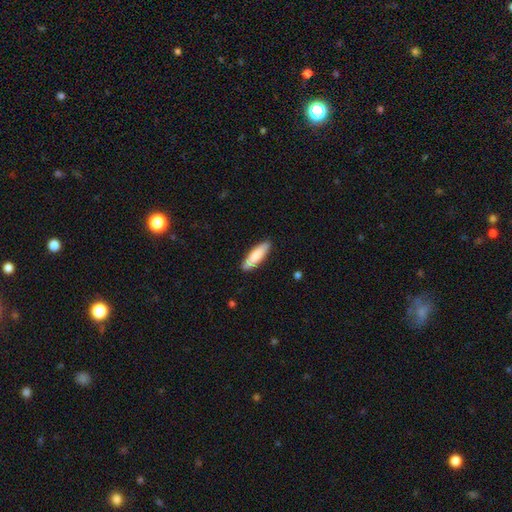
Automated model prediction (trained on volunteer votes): This appears to be a smooth galaxy with no disk features (80%) that is cigar-shaped (60%). Merging: none (83%).